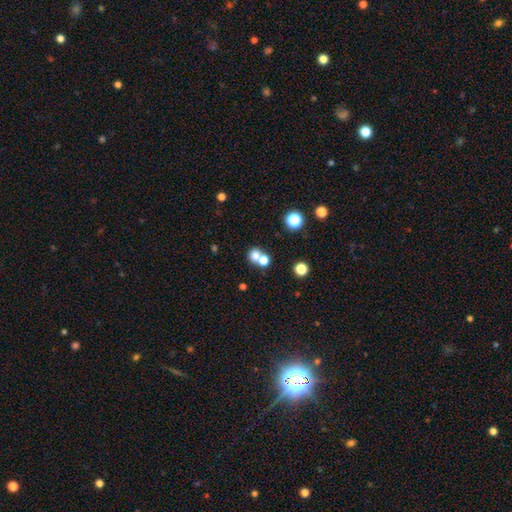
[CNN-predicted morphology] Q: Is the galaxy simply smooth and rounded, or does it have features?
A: smooth — 73%.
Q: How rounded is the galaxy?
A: round — 80%.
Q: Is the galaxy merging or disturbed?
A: merger — 48%.